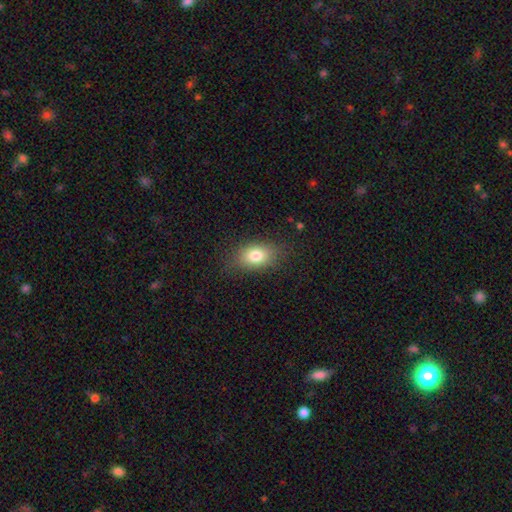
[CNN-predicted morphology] smooth_or_featured: smooth (p=0.79) [alt: featured or disk p=0.11]
how_rounded: in between (p=0.80) [alt: round p=0.17]
merging: none (p=0.80) [alt: minor disturbance p=0.14]